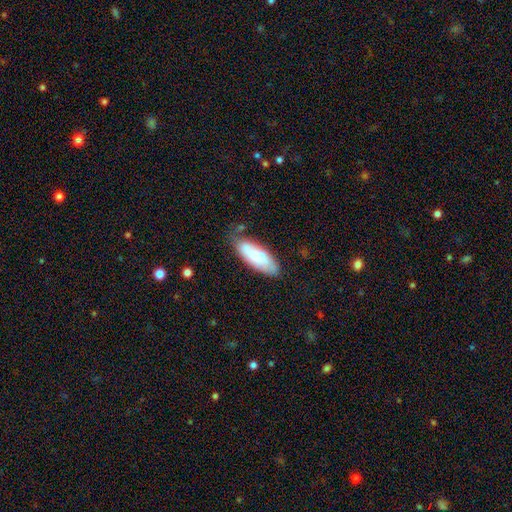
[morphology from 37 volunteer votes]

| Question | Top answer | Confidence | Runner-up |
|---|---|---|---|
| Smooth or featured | smooth | 76% | featured or disk (22%) |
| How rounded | in between | 71% | cigar-shaped (29%) |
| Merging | none | 75% | minor disturbance (19%) |